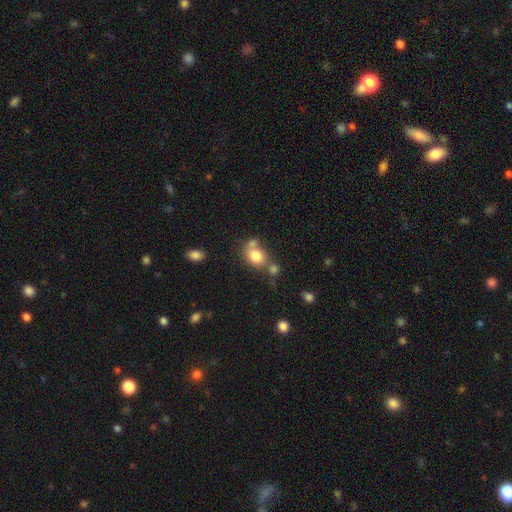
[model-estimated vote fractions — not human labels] Overall: smooth (79%). How rounded: in between (52%; round 46%). Merging: none (43%; merger 36%).